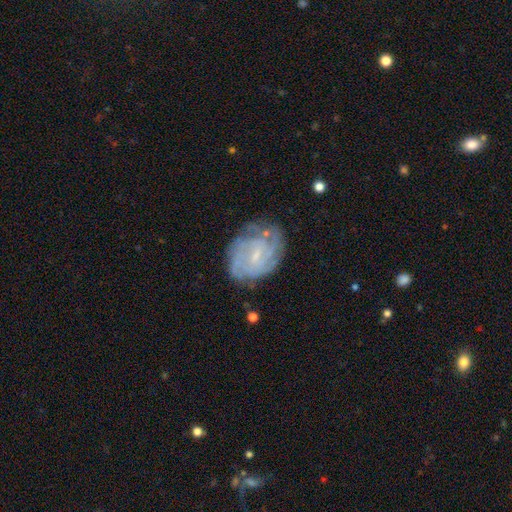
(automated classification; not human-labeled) Q: Smooth or featured?
A: featured or disk (74%); runner-up: smooth (17%)
Q: Edge-on disk?
A: no (97%); runner-up: yes (3%)
Q: Bar?
A: weak (46%); tied with: no (46%)
Q: Spiral arms?
A: yes (89%); runner-up: no (11%)
Q: Spiral winding?
A: tight (62%); runner-up: medium (30%)
Q: Spiral arm count?
A: can't tell (44%); runner-up: 2 (16%)
Q: Bulge size?
A: small (72%); runner-up: moderate (16%)
Q: Merging?
A: none (69%); runner-up: minor disturbance (21%)